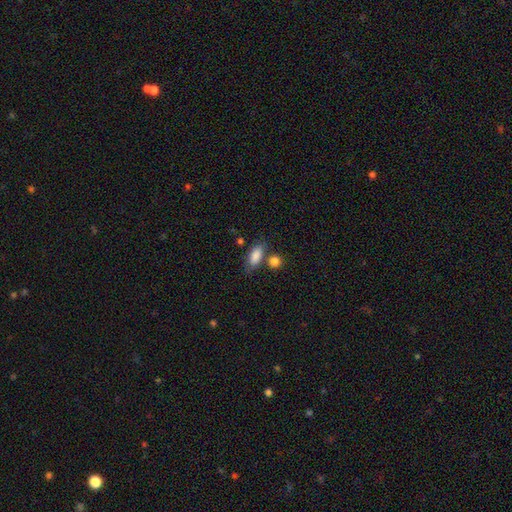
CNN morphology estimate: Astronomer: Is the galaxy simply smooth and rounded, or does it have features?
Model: smooth — 85%.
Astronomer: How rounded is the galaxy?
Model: in between — 82%.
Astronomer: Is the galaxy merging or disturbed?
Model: none — 62%.